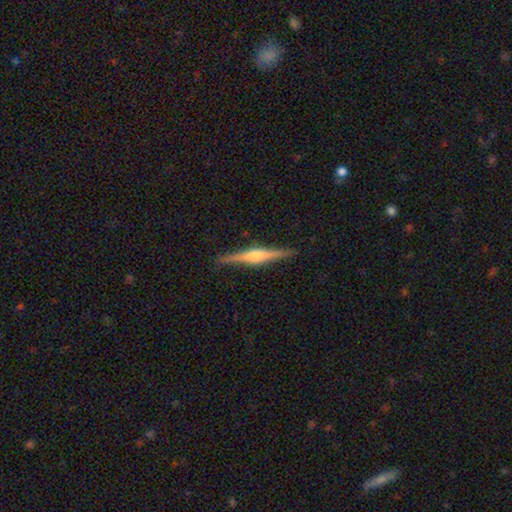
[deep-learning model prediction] The model was most divided on "smooth or featured": featured or disk: 78%, smooth: 17%, star or artifact: 5%. More confident: edge-on disk — yes (98%); merging — none (91%); edge-on bulge — rounded (87%).